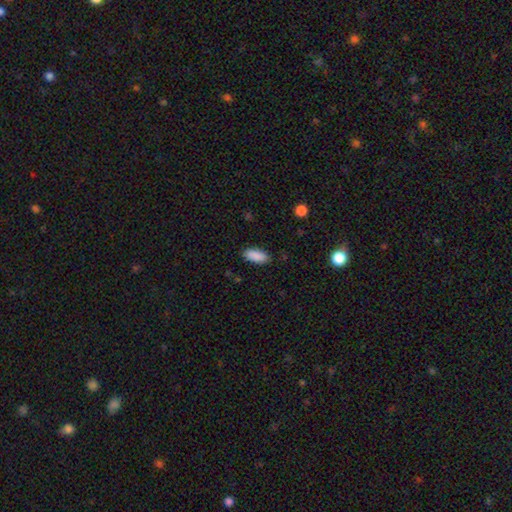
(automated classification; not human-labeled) Smooth or featured? smooth (90%)
How rounded? in between (84%)
Merging? none (88%)